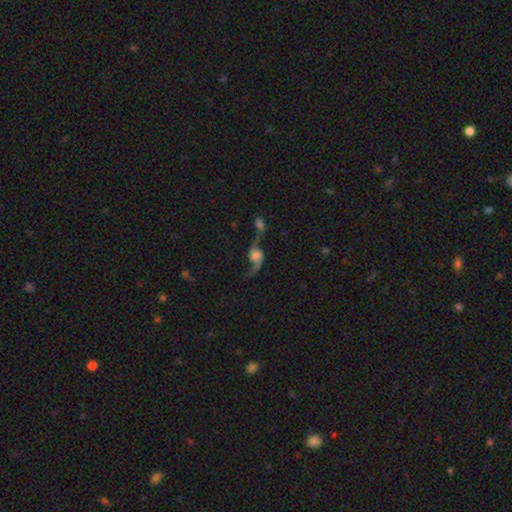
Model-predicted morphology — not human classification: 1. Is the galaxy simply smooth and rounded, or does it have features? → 79% featured or disk, 13% smooth, 8% star or artifact.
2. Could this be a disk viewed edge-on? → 94% no, 6% yes.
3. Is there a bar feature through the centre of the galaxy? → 59% no, 32% weak, 9% strong.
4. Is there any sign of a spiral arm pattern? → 93% yes, 7% no.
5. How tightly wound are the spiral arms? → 90% loose, 7% medium, 2% tight.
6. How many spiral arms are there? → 89% 2, 7% 1, 2% can't tell, 1% 3, 1% 4, 1% more than 4.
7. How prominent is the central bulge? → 29% none, 27% large, 21% moderate, 15% small, 9% dominant.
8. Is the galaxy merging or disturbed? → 40% merger, 33% none, 15% major disturbance, 12% minor disturbance.